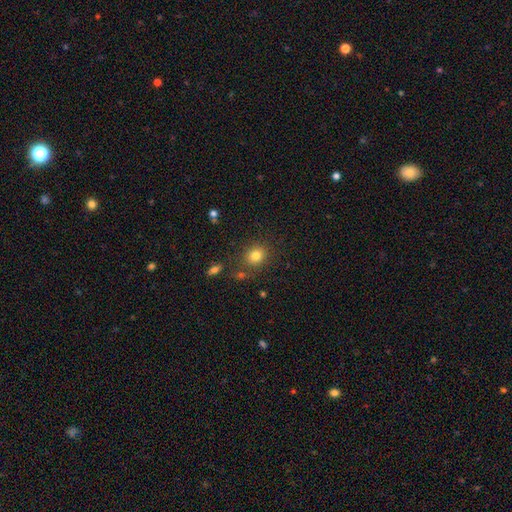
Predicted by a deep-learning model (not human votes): Smooth or featured? smooth (80%)
How rounded? round (71%)
Merging? none (79%)